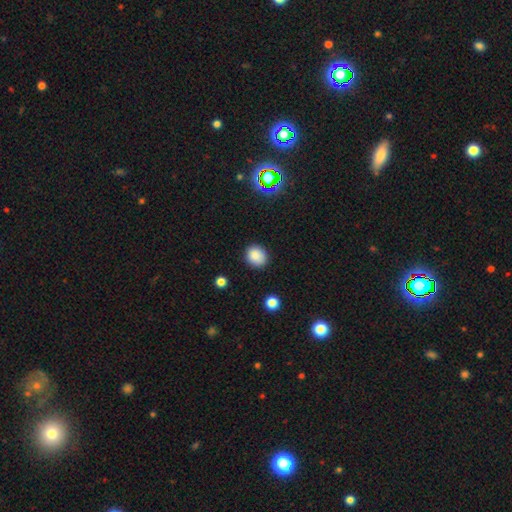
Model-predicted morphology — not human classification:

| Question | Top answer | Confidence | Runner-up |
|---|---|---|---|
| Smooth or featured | smooth | 85% | star or artifact (10%) |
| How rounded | round | 75% | in between (24%) |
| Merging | none | 88% | minor disturbance (8%) |